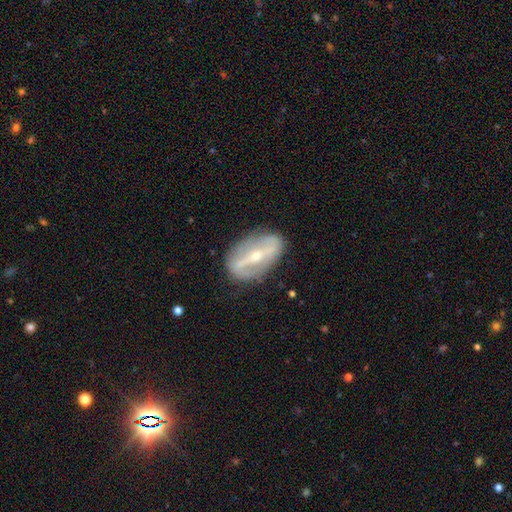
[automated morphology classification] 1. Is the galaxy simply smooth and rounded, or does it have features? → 78% featured or disk, 16% smooth, 6% star or artifact.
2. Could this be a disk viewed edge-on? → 82% no, 18% yes.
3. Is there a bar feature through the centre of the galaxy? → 77% strong, 15% weak, 8% no.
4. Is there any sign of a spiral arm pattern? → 59% no, 41% yes.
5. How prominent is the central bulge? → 63% small, 33% moderate, 1% large, 1% none, 1% dominant.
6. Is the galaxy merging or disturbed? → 81% none, 13% minor disturbance, 4% major disturbance, 1% merger.